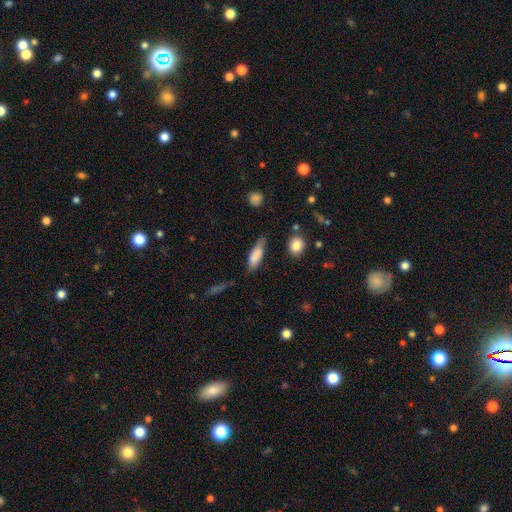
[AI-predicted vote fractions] A smooth galaxy with no disk features (80%) that is in between round and cigar-shaped (55%). Merging: none (56%).